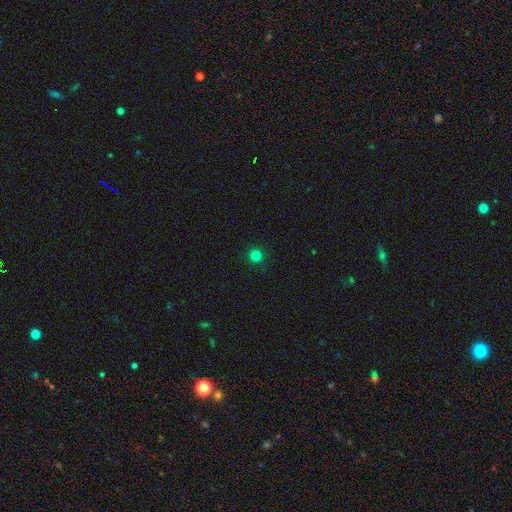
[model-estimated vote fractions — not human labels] Smooth or featured: smooth — 83% (star or artifact — 14%)
How rounded: round — 95% (in between — 4%)
Merging: none — 92% (minor disturbance — 5%)